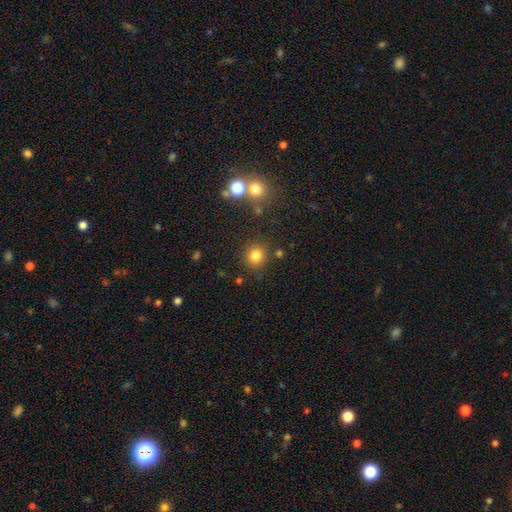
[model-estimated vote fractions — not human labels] A smooth galaxy with no disk features (81%) that is round (91%). Merging: none (85%).